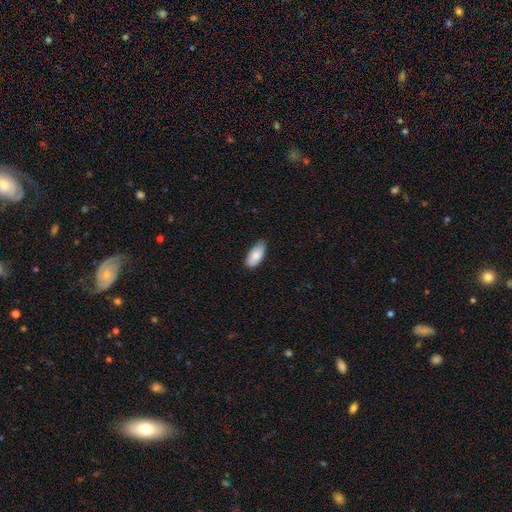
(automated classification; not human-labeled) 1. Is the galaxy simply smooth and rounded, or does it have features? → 85% smooth, 9% featured or disk, 6% star or artifact.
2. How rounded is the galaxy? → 91% in between, 7% cigar-shaped, 2% round.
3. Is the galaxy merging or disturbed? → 76% none, 20% minor disturbance, 2% major disturbance, 1% merger.